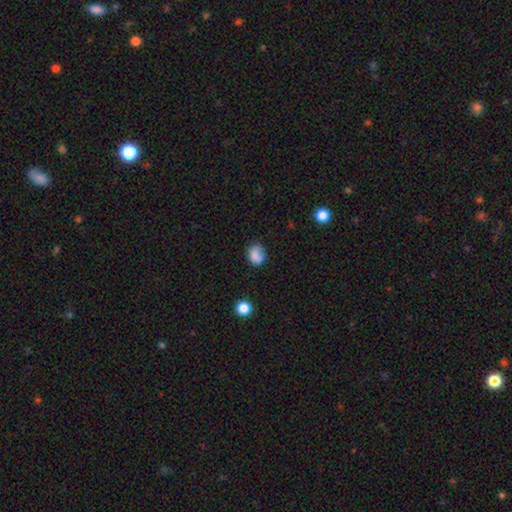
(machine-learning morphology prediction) This appears to be a smooth galaxy with no disk features (83%) that is round (60%). Merging: none (69%).